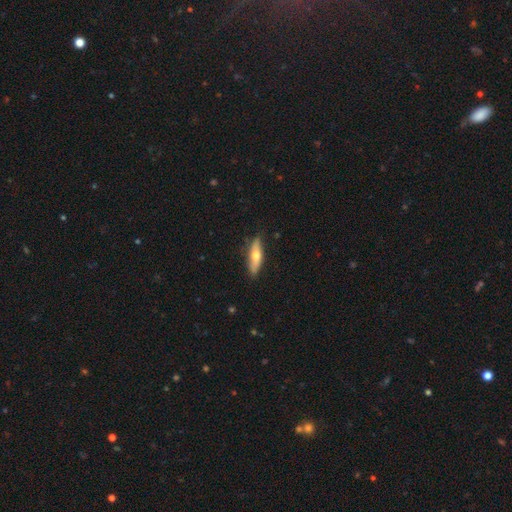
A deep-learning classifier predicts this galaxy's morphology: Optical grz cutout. It shows a smooth galaxy with no disk features (55%) that is cigar-shaped (56%). Merging: none (80%).